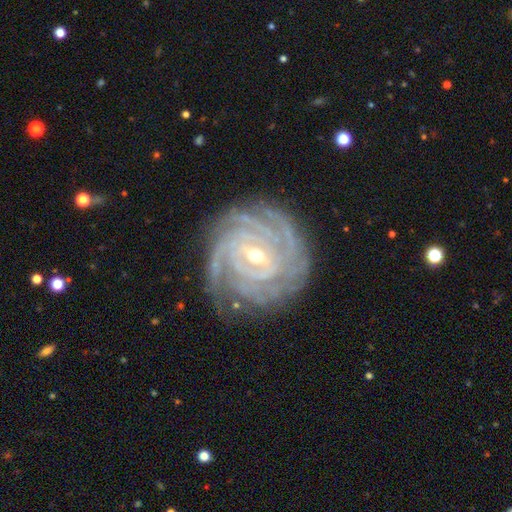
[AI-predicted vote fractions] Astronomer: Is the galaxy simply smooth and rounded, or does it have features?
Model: featured or disk — 91%.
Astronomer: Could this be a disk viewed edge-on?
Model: no — 97%.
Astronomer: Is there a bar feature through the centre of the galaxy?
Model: weak — 49% (runner-up: strong, 28%).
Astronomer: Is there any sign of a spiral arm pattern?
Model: yes — 98%.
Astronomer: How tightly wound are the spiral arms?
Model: tight — 84%.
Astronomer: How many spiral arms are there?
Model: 4 — 30% (runner-up: can't tell, 19%).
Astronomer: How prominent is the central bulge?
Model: small — 56% (runner-up: moderate, 41%).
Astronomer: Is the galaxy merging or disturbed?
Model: none — 80%.